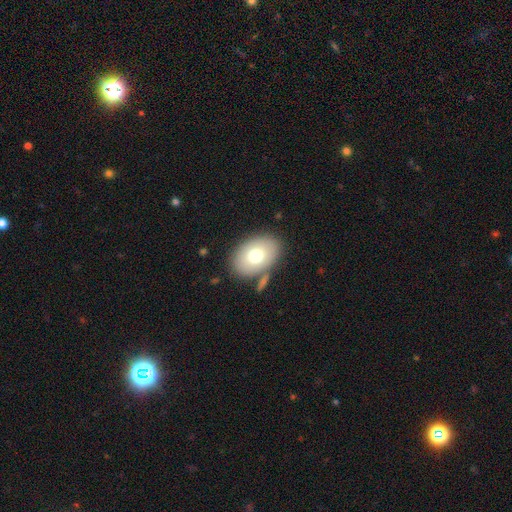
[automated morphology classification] smooth-or-featured: smooth: 72% | featured or disk: 20% | star or artifact: 8%
  how-rounded: in between: 84% | round: 15% | cigar-shaped: 1%
  merging: none: 77% | minor disturbance: 12% | merger: 7% | major disturbance: 4%